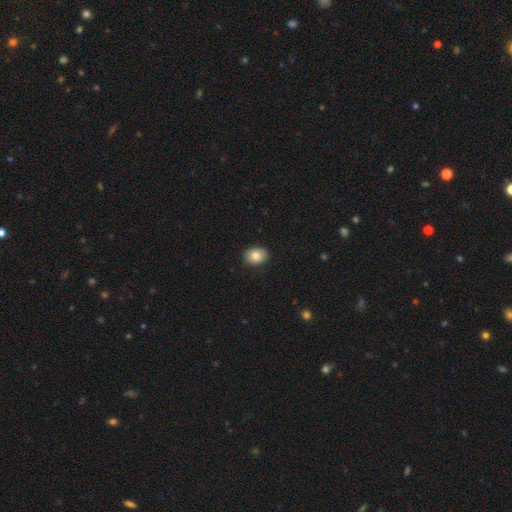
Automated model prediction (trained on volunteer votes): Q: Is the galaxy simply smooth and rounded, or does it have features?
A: smooth — 84%.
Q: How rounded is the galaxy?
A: in between — 58%.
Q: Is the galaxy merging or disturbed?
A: none — 89%.